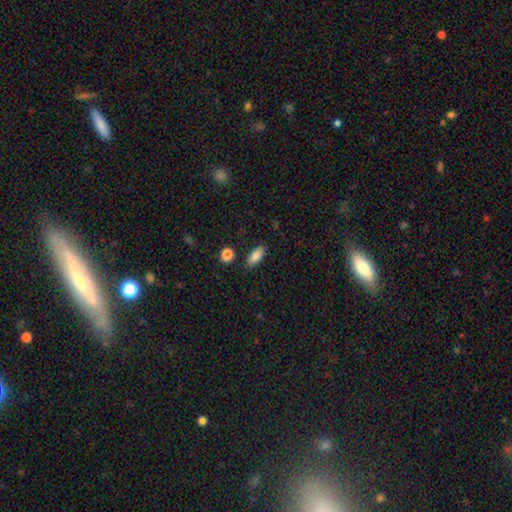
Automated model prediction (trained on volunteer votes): This is clearly a smooth galaxy (85%). How rounded: likely in between (80%). Merging: clearly none (85%).